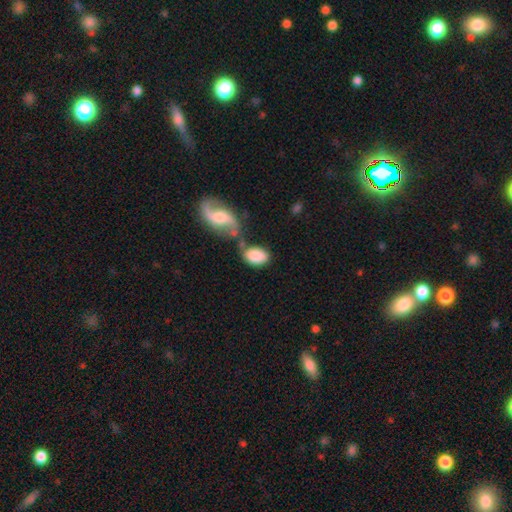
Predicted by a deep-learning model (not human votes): Smooth or featured?
  - smooth: 80% *
  - featured or disk: 14%
  - star or artifact: 6%
How rounded?
  - in between: 88% *
  - round: 10%
  - cigar-shaped: 2%
Merging?
  - none: 44% *
  - merger: 31%
  - minor disturbance: 17%
  - major disturbance: 8%